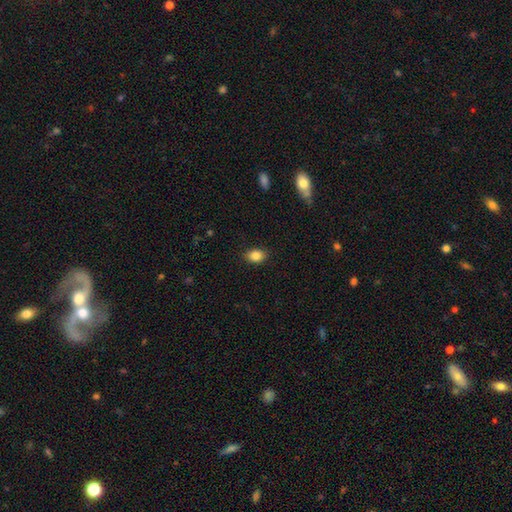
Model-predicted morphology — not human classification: Smooth or featured?
  - smooth: 86% *
  - star or artifact: 9%
  - featured or disk: 5%
How rounded?
  - in between: 74% *
  - round: 24%
  - cigar-shaped: 1%
Merging?
  - none: 88% *
  - minor disturbance: 9%
  - major disturbance: 2%
  - merger: 1%